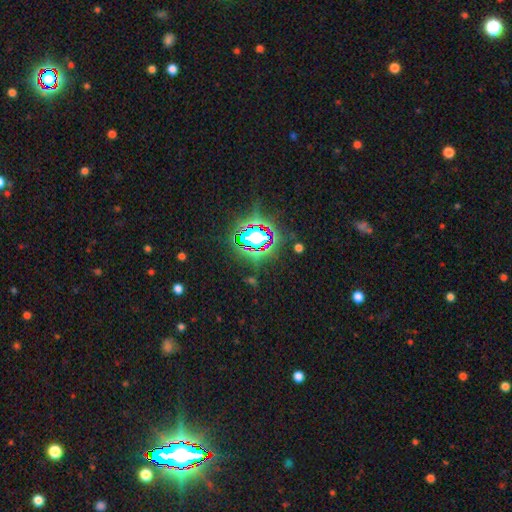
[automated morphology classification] smooth-or-featured: star or artifact: 80% | smooth: 12% | featured or disk: 8%